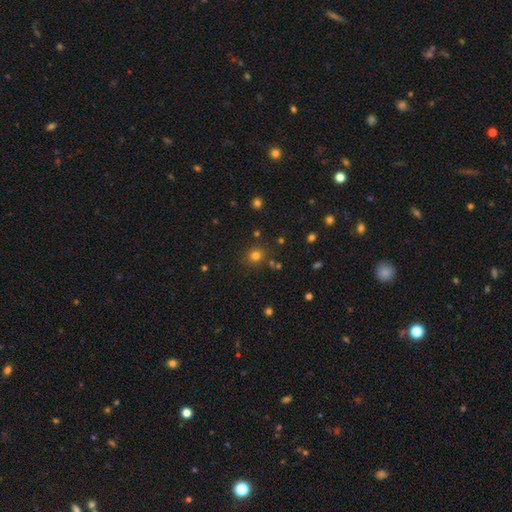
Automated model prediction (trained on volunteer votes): Smooth or featured?
  - smooth: 76% *
  - star or artifact: 18%
  - featured or disk: 6%
How rounded?
  - round: 87% *
  - in between: 12%
  - cigar-shaped: 1%
Merging?
  - none: 84% *
  - minor disturbance: 9%
  - merger: 5%
  - major disturbance: 3%